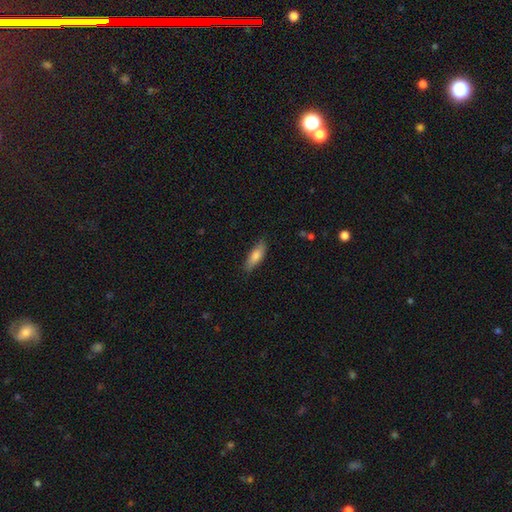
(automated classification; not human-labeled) The model was most divided on "how rounded": in between: 59%, cigar-shaped: 39%, round: 2%. More confident: merging — none (83%); smooth or featured — smooth (77%).